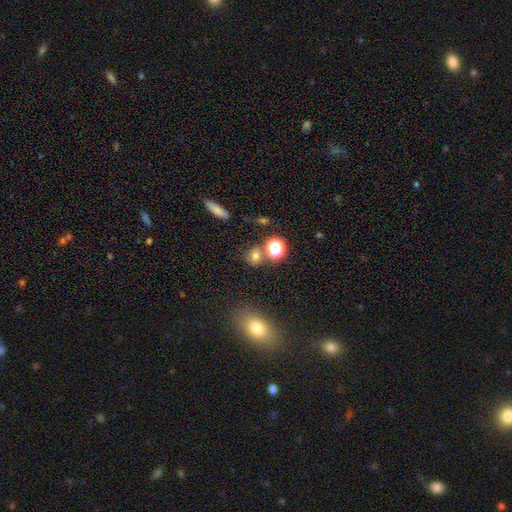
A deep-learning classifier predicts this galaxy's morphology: This is likely a smooth galaxy (70%). How rounded: likely round (75%). Merging: likely none (71%).